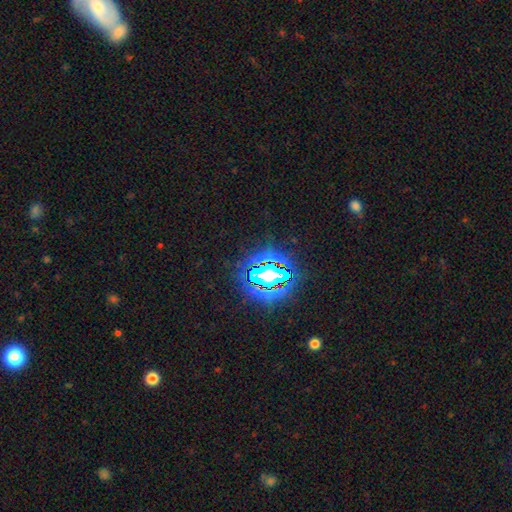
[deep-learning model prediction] Overall: star or artifact (82%).